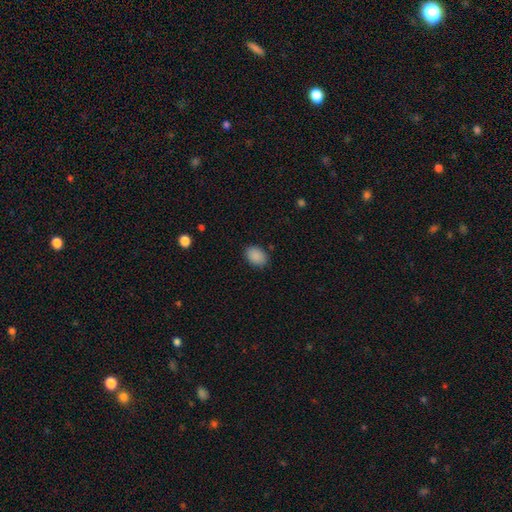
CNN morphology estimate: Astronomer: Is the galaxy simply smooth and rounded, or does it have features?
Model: smooth — 89%.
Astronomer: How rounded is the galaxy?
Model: in between — 75%.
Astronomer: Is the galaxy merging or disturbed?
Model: none — 85%.